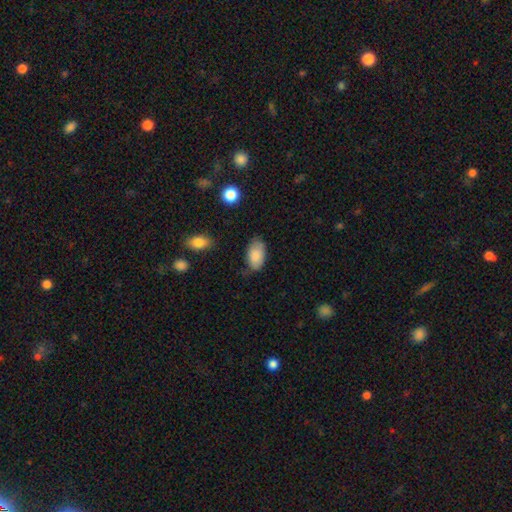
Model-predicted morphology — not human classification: smooth-or-featured: smooth: 85% | featured or disk: 8% | star or artifact: 7%
  how-rounded: in between: 94% | round: 4% | cigar-shaped: 2%
  merging: none: 69% | minor disturbance: 24% | major disturbance: 5% | merger: 2%